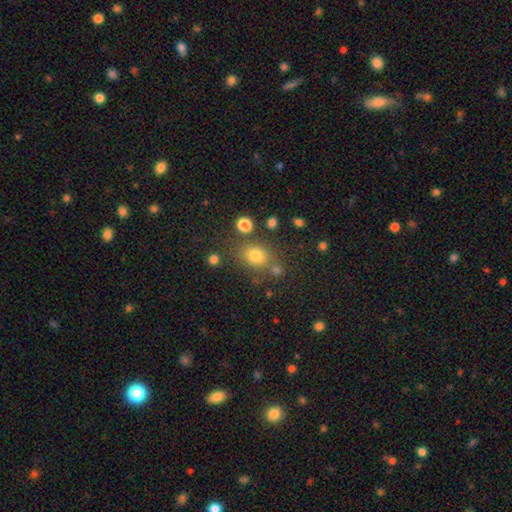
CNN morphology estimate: This appears to be a smooth galaxy with no disk features (76%) that is round (59%). Merging: none (72%).